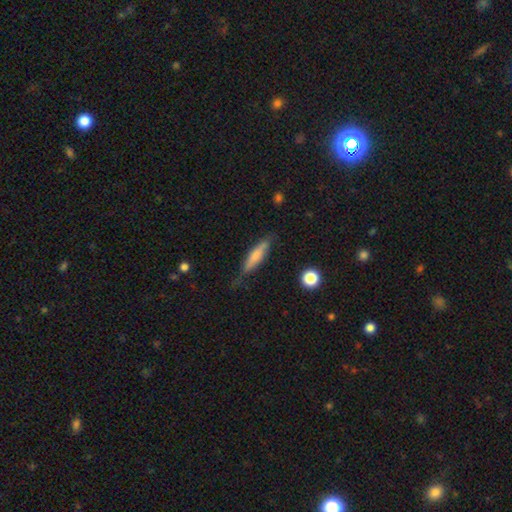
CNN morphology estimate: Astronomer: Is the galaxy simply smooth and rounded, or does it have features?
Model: smooth — 64%.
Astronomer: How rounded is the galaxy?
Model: cigar-shaped — 77%.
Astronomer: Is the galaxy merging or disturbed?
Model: none — 63%.